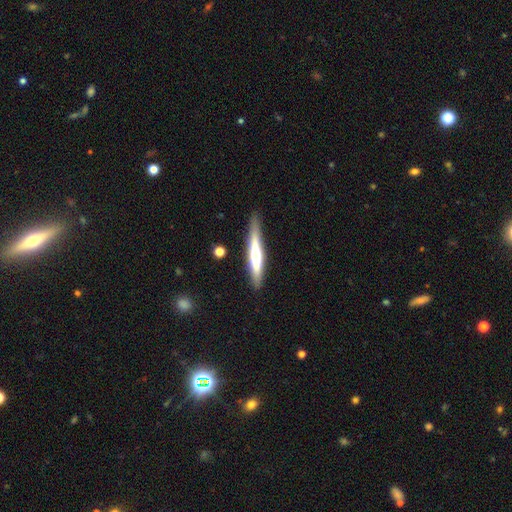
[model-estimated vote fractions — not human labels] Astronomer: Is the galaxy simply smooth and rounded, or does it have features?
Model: featured or disk — 51% (runner-up: smooth, 43%).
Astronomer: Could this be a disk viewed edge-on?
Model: yes — 94%.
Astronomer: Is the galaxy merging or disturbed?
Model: none — 86%.